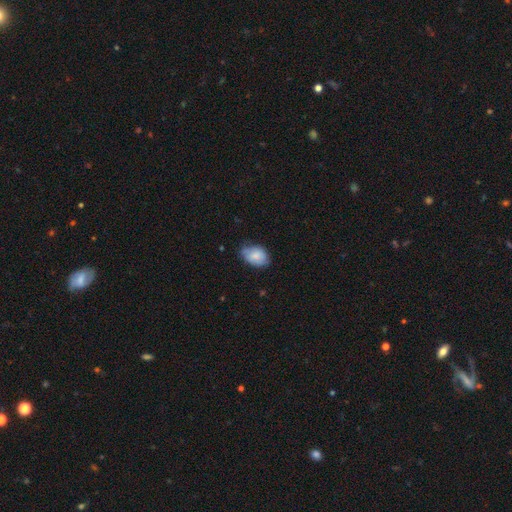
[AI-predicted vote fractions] A smooth galaxy with no disk features (77%) that is in between round and cigar-shaped (84%). Merging: none (60%).